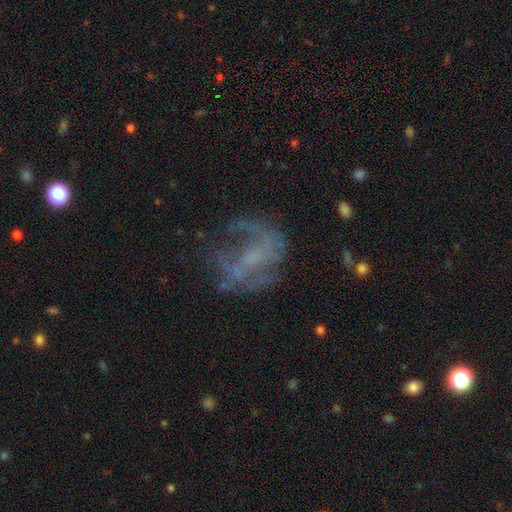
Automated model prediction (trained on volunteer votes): This is likely a featured or disk galaxy (66%). It is clearly not viewed edge-on (97%). Bar: possibly no (55%). Spiral arm pattern: possibly yes (59%). Central bulge: possibly none (55%). Merging: possibly none (49%).